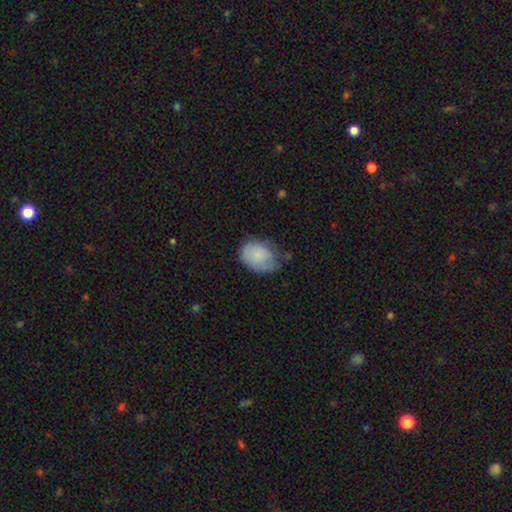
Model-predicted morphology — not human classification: Smooth or featured? smooth (78%)
How rounded? in between (71%)
Merging? none (47%)